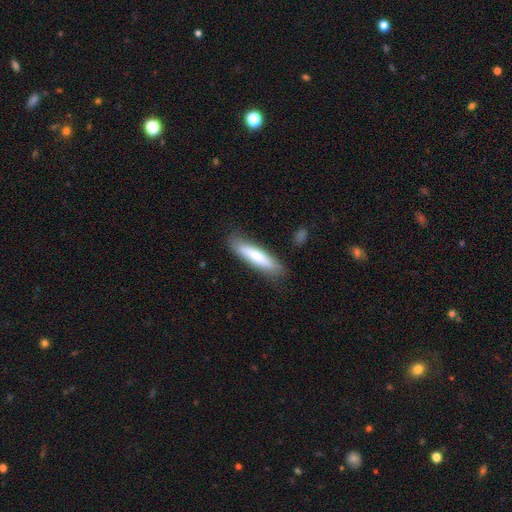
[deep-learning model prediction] smooth-or-featured: smooth: 72% | featured or disk: 23% | star or artifact: 6%
  how-rounded: cigar-shaped: 78% | in between: 21% | round: 1%
  merging: none: 82% | minor disturbance: 14% | major disturbance: 3% | merger: 1%